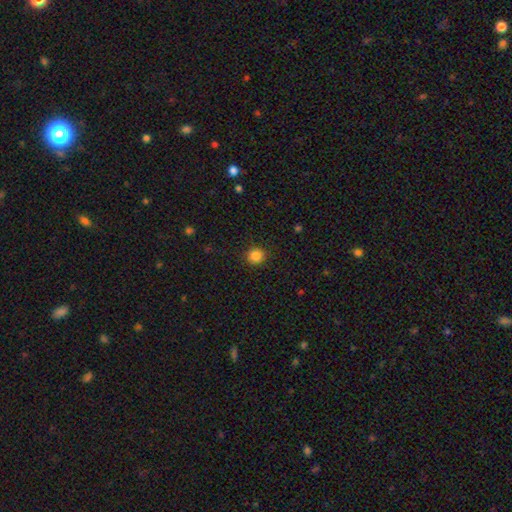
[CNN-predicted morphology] This is clearly a smooth galaxy (85%). How rounded: clearly round (93%). Merging: clearly none (92%).